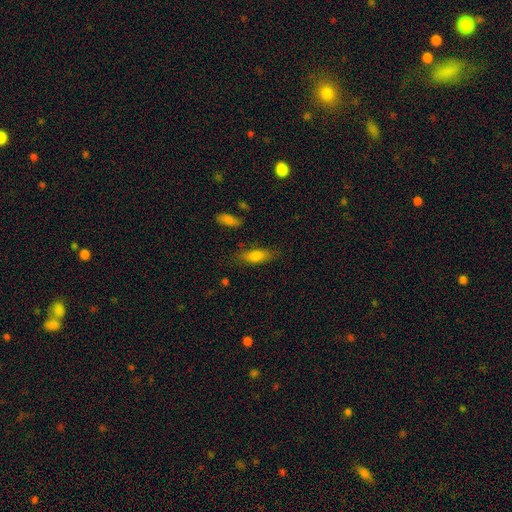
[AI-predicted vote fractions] Q: Smooth or featured?
A: smooth (78%); runner-up: featured or disk (14%)
Q: How rounded?
A: in between (68%); runner-up: cigar-shaped (30%)
Q: Merging?
A: none (76%); runner-up: minor disturbance (16%)